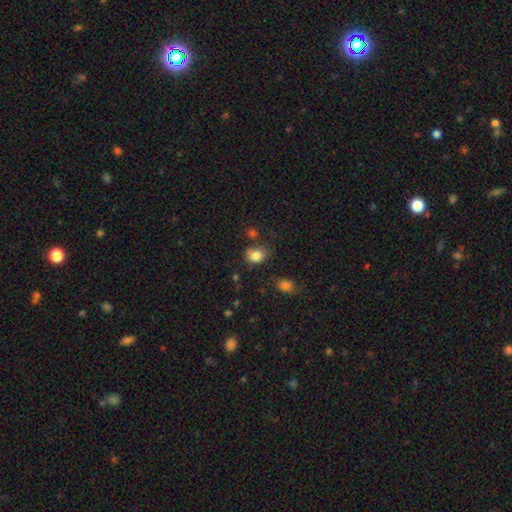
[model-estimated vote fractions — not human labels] This is clearly a smooth galaxy (82%). How rounded: possibly in between (54%). Merging: possibly none (57%).